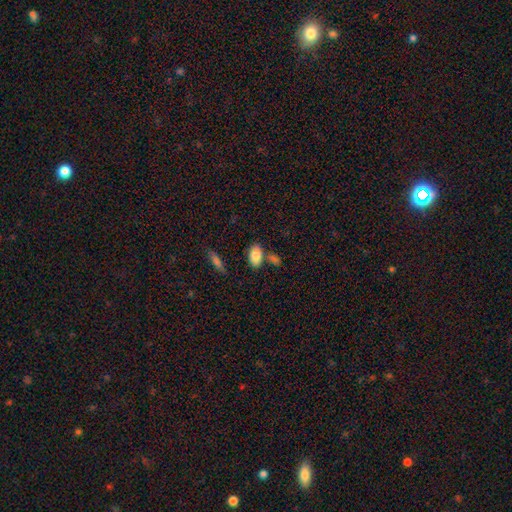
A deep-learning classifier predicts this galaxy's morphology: smooth-or-featured: smooth: 84% | featured or disk: 9% | star or artifact: 7%
  how-rounded: in between: 91% | round: 6% | cigar-shaped: 3%
  merging: none: 62% | merger: 19% | minor disturbance: 15% | major disturbance: 4%